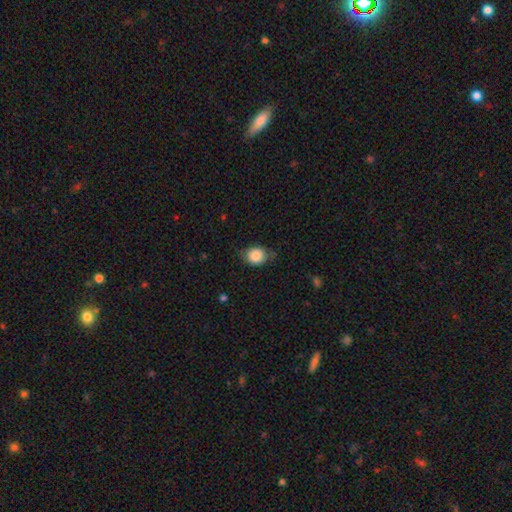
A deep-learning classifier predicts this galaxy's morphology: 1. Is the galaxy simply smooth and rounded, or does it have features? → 84% smooth, 8% star or artifact, 8% featured or disk.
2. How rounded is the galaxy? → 58% round, 41% in between, 1% cigar-shaped.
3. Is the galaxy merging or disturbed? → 68% none, 25% minor disturbance, 6% major disturbance, 1% merger.